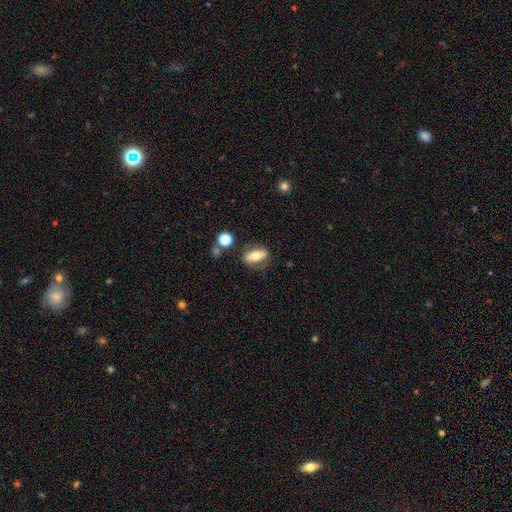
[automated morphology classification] smooth_or_featured: smooth (p=0.54) [alt: featured or disk p=0.38]
how_rounded: in between (p=0.71) [alt: cigar-shaped p=0.21]
merging: none (p=0.74) [alt: minor disturbance p=0.15]